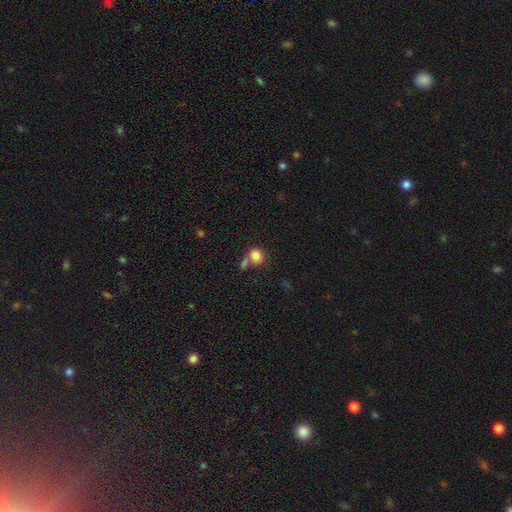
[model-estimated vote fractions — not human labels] Smooth or featured? Predicted: smooth (p=0.83). How rounded? Predicted: round (p=0.62). Merging? Predicted: none (p=0.45).